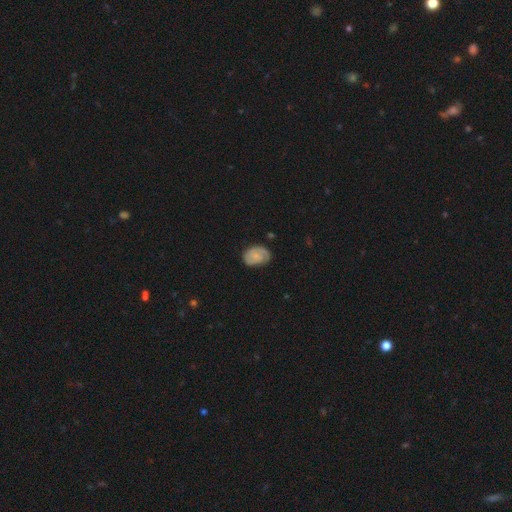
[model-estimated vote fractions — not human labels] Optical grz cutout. It shows a featured or disk galaxy (53%) with no bar (61%), spiral arms (89%) and a small central bulge (50%). Merging: none (72%).